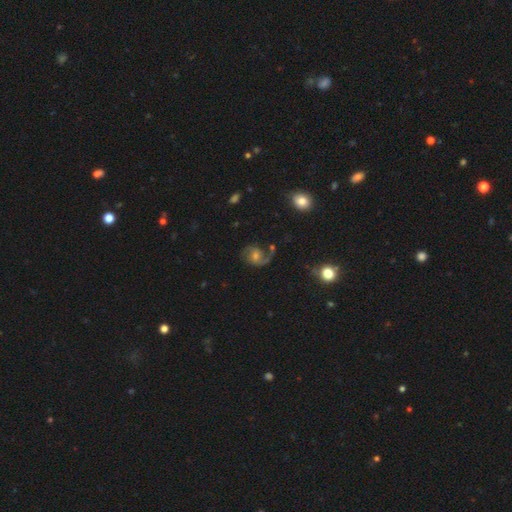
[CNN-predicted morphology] This is likely a featured or disk galaxy (78%). It is clearly not viewed edge-on (98%). Bar: likely no (61%). Spiral arm pattern: clearly yes (94%). Spiral arm count: possibly 2 (57%). Spiral winding: possibly medium (45%). Central bulge: possibly moderate (51%). Merging: possibly none (58%).